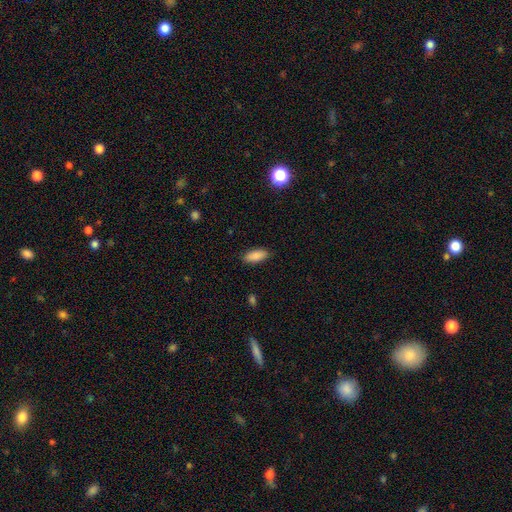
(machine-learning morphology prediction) smooth-or-featured: smooth: 88% | star or artifact: 7% | featured or disk: 5%
  how-rounded: in between: 82% | cigar-shaped: 16% | round: 2%
  merging: none: 87% | minor disturbance: 10% | major disturbance: 2% | merger: 1%